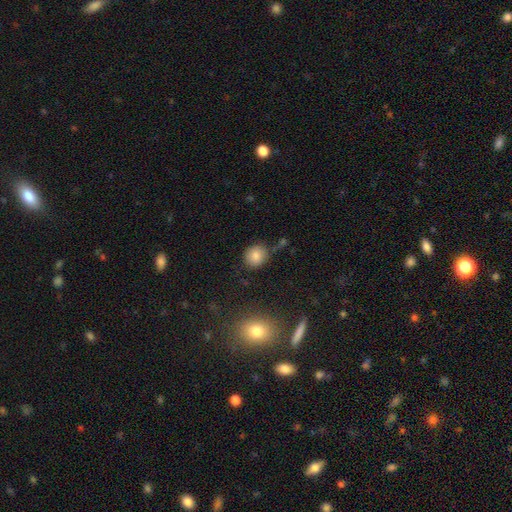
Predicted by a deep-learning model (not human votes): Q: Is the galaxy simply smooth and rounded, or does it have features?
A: smooth — 81%.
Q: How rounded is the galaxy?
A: round — 83%.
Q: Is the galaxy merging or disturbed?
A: none — 75%.